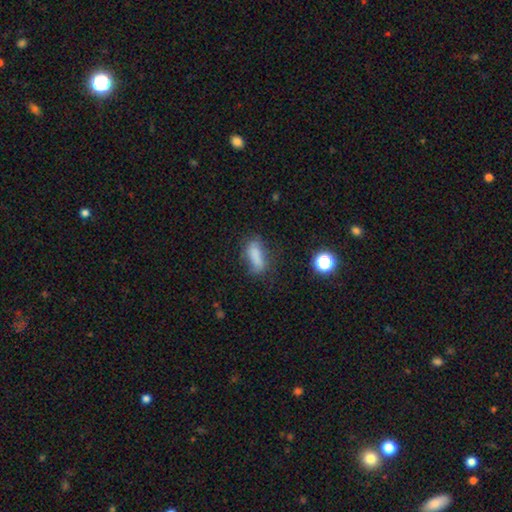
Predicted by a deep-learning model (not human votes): A smooth galaxy with no disk features (73%) that is in between round and cigar-shaped (70%).

Vote fractions:
- Smooth or featured? smooth: 73% / featured or disk: 14% / star or artifact: 12%
- How rounded? in between: 70% / cigar-shaped: 26% / round: 5%
- Merging? none: 54% / minor disturbance: 27% / major disturbance: 15% / merger: 4%